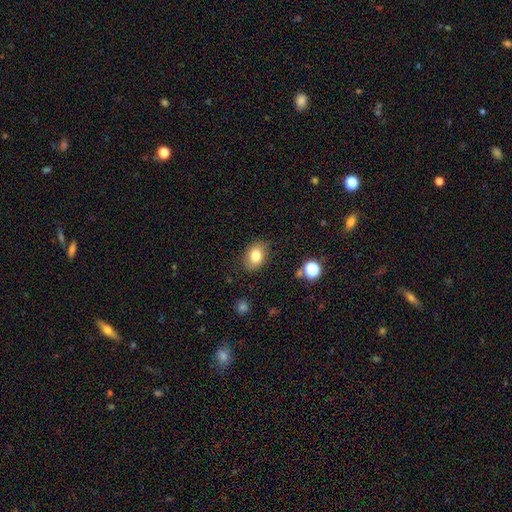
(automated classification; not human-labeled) Smooth or featured? smooth (80%)
How rounded? in between (76%)
Merging? none (82%)